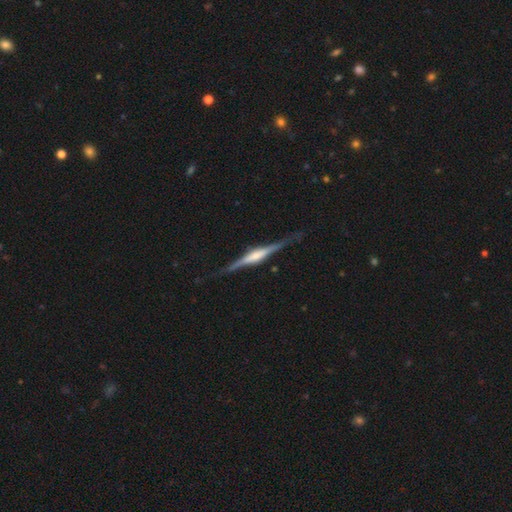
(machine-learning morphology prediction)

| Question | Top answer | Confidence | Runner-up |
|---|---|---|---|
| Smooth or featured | featured or disk | 80% | smooth (15%) |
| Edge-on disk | yes | 98% | no (2%) |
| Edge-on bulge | rounded | 61% | boxy (30%) |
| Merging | none | 84% | minor disturbance (12%) |